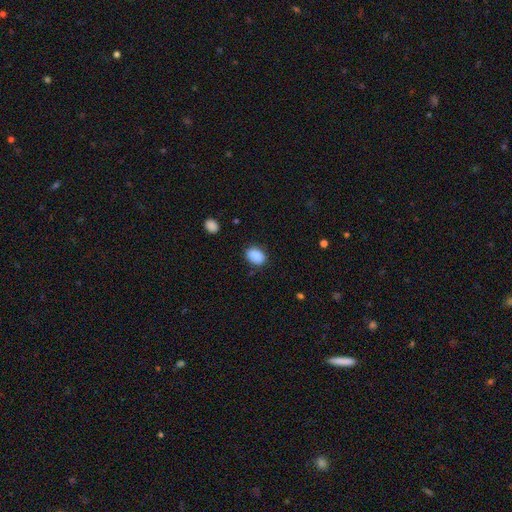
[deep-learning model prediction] smooth 89%, star or artifact 8%, featured or disk 3%. Down the decision tree: how rounded — in between (75%); merging — none (84%).